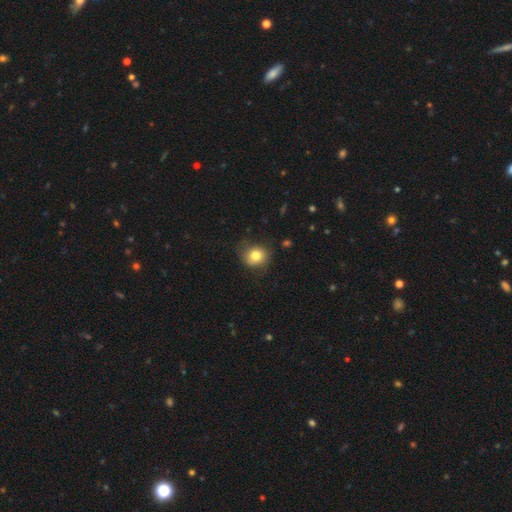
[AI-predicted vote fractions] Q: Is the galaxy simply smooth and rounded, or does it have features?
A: smooth — 79%.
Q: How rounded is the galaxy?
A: round — 78%.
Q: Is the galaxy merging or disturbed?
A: none — 70%.